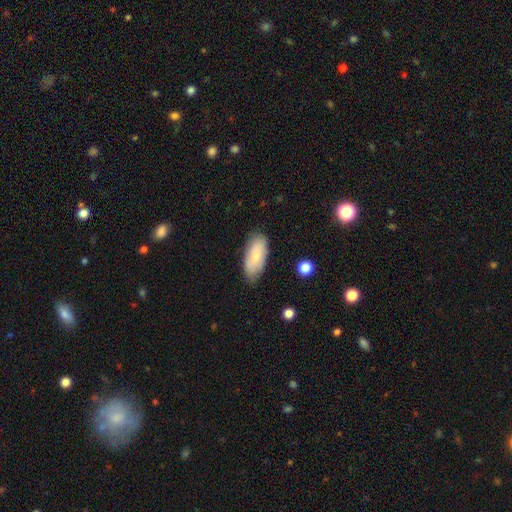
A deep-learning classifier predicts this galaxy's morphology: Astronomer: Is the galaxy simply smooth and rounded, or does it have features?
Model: smooth — 76%.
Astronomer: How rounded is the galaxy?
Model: in between — 88%.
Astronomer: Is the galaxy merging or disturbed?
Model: none — 77%.